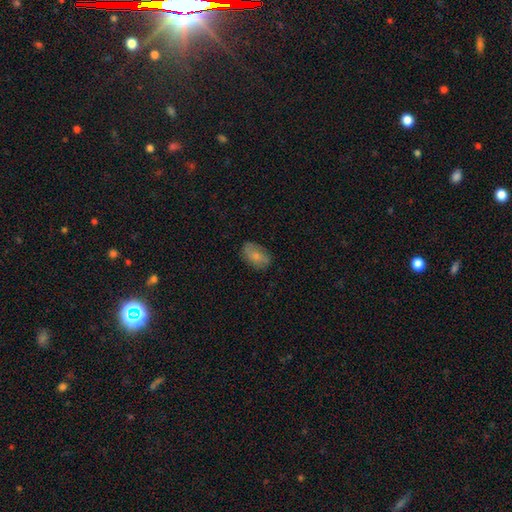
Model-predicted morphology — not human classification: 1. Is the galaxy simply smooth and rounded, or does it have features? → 72% smooth, 21% featured or disk, 8% star or artifact.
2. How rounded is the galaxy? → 90% in between, 8% round, 2% cigar-shaped.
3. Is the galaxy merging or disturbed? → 77% none, 18% minor disturbance, 4% major disturbance, 1% merger.